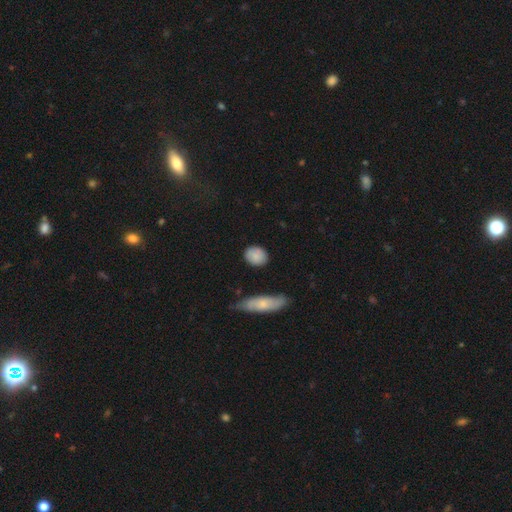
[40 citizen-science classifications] Morphology: type=smooth (90%); roundness=round (50%); merging=none (89%).